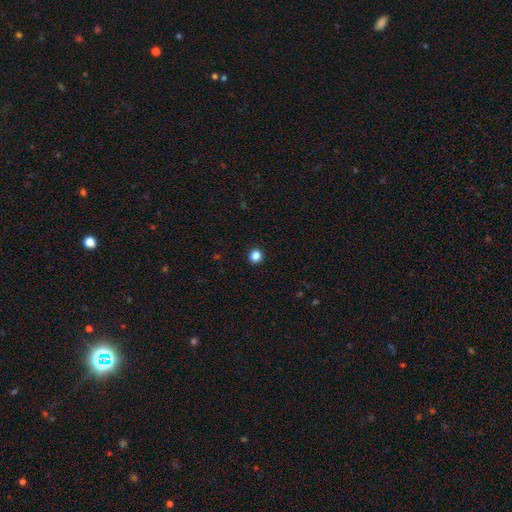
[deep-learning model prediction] The model was most divided on "smooth or featured": smooth: 85%, star or artifact: 12%, featured or disk: 3%. More confident: merging — none (93%); how rounded — round (92%).